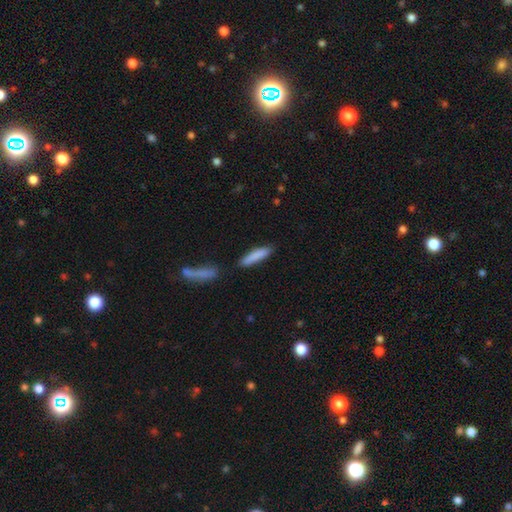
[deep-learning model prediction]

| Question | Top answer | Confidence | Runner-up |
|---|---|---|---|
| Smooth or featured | smooth | 84% | featured or disk (10%) |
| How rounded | cigar-shaped | 81% | in between (18%) |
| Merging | none | 76% | minor disturbance (13%) |